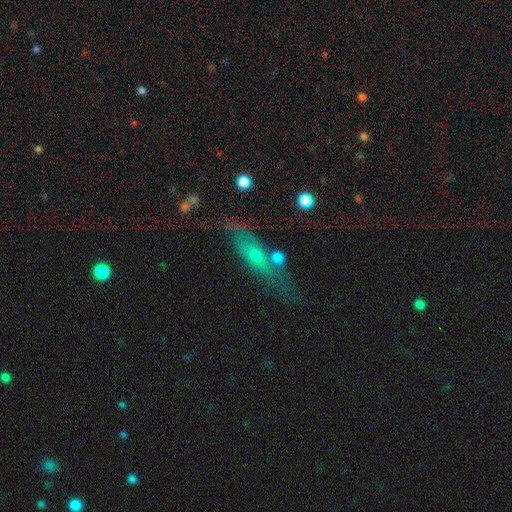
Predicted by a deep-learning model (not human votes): Q: Smooth or featured?
A: featured or disk (57%); runner-up: smooth (32%)
Q: Edge-on disk?
A: no (51%); runner-up: yes (49%)
Q: Merging?
A: none (53%); runner-up: minor disturbance (21%)